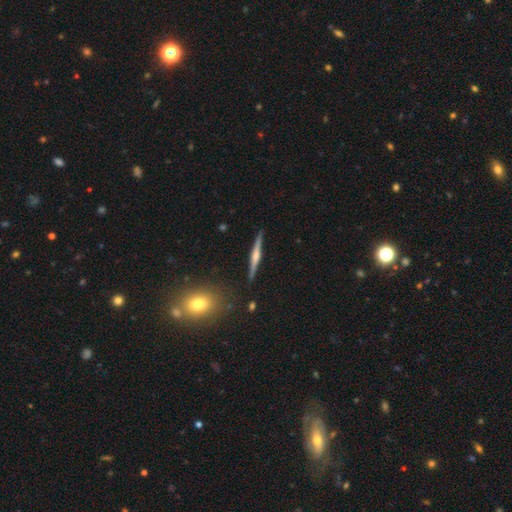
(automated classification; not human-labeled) A featured or disk galaxy (67%) viewed edge-on (98%) with a rounded central bulge (76%). Merging: none (89%).